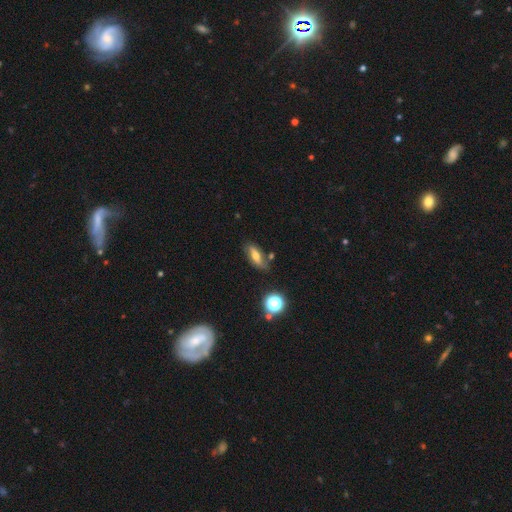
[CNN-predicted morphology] Smooth or featured? smooth (49%)
Merging? none (70%)